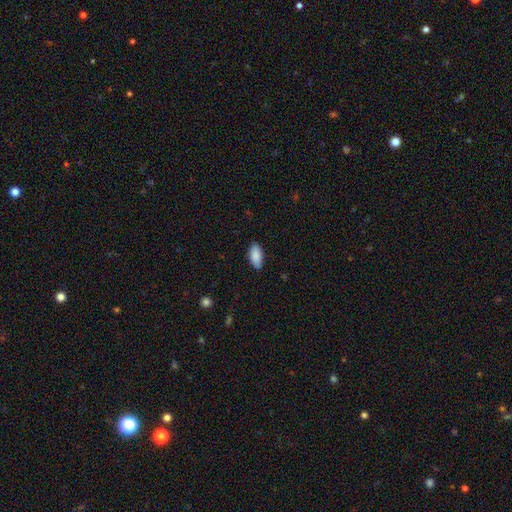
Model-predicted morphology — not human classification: This is clearly a smooth galaxy (88%). How rounded: clearly in between (91%). Merging: clearly none (85%).